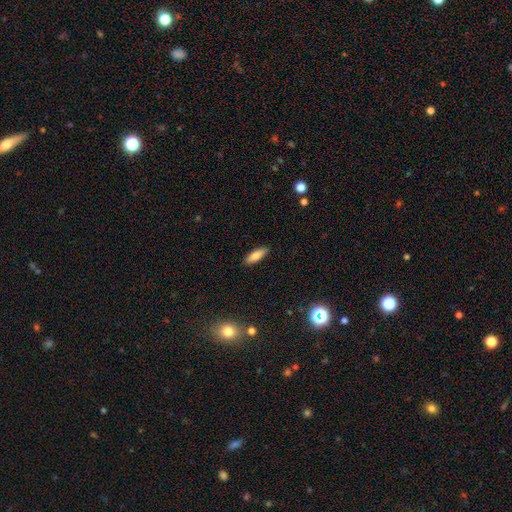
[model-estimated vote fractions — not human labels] smooth-or-featured: smooth: 82% | featured or disk: 11% | star or artifact: 8%
  how-rounded: in between: 59% | cigar-shaped: 39% | round: 2%
  merging: none: 88% | minor disturbance: 9% | major disturbance: 2% | merger: 1%